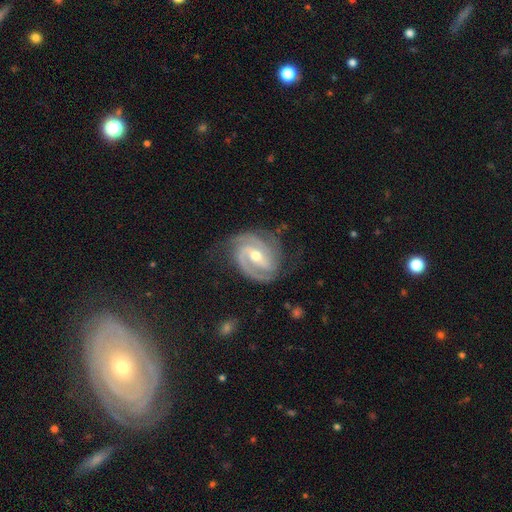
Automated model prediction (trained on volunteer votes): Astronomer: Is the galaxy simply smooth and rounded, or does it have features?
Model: featured or disk — 92%.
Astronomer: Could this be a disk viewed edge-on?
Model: no — 98%.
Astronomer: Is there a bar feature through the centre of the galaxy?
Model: weak — 43% (runner-up: strong, 34%).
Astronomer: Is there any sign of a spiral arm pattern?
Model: yes — 98%.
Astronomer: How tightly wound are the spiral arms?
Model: tight — 53% (runner-up: medium, 40%).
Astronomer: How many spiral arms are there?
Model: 2 — 53% (runner-up: 3, 30%).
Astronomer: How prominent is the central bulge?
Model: moderate — 62%.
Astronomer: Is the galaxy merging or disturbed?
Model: none — 74%.